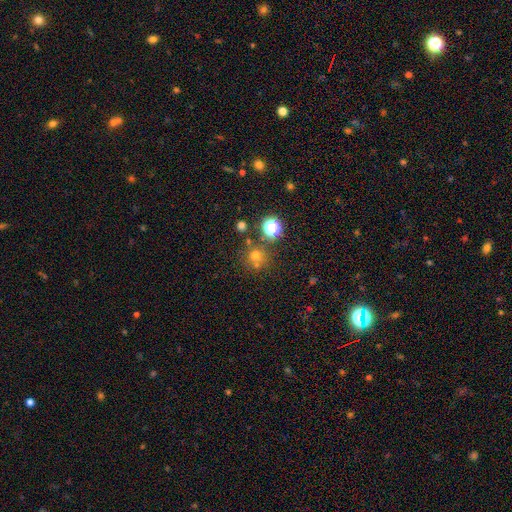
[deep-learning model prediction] Smooth or featured? smooth (64%)
How rounded? round (91%)
Merging? none (69%)